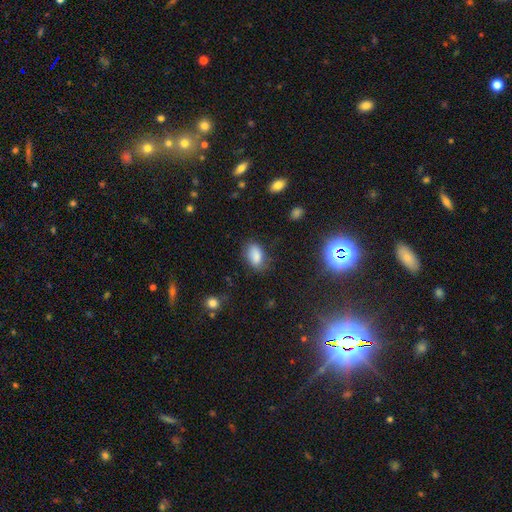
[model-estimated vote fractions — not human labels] Smooth or featured?
  - smooth: 84% *
  - star or artifact: 10%
  - featured or disk: 6%
How rounded?
  - in between: 90% *
  - round: 8%
  - cigar-shaped: 2%
Merging?
  - none: 70% *
  - minor disturbance: 21%
  - major disturbance: 7%
  - merger: 2%